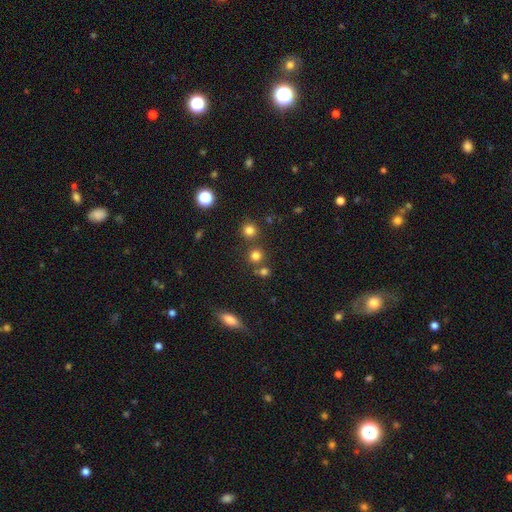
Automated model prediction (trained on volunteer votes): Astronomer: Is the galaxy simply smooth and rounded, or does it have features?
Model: smooth — 75%.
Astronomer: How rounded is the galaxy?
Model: round — 90%.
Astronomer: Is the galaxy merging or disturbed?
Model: none — 73%.